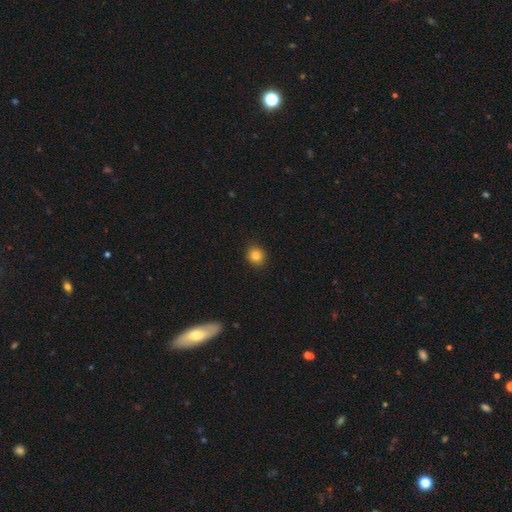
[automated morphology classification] Q: Smooth or featured?
A: smooth (84%); runner-up: star or artifact (11%)
Q: How rounded?
A: round (82%); runner-up: in between (17%)
Q: Merging?
A: none (91%); runner-up: minor disturbance (6%)